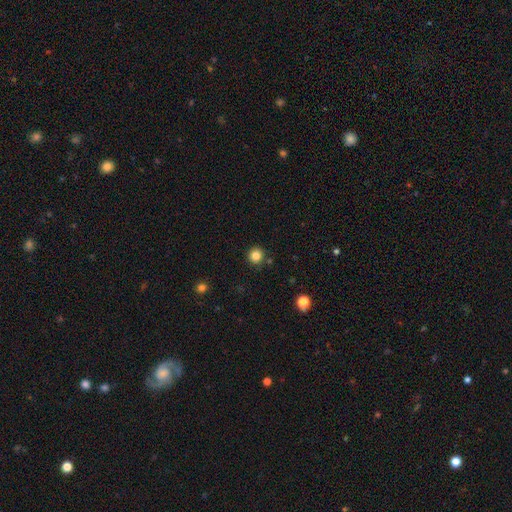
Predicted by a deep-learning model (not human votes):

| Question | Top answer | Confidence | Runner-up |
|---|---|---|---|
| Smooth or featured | smooth | 83% | star or artifact (12%) |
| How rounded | round | 94% | in between (5%) |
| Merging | none | 89% | minor disturbance (6%) |